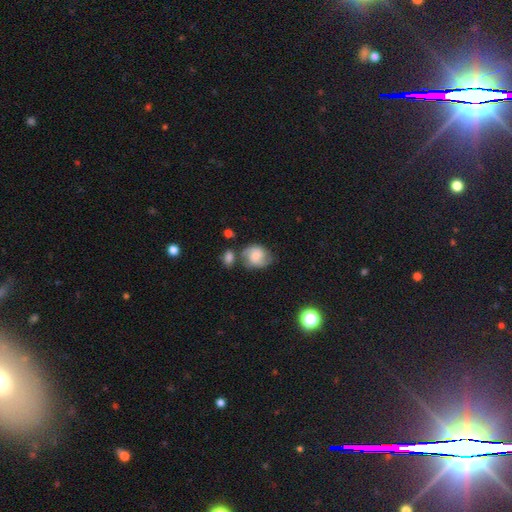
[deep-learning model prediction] Overall: featured or disk (50%; smooth 41%). Merging: none (53%; minor disturbance 22%).